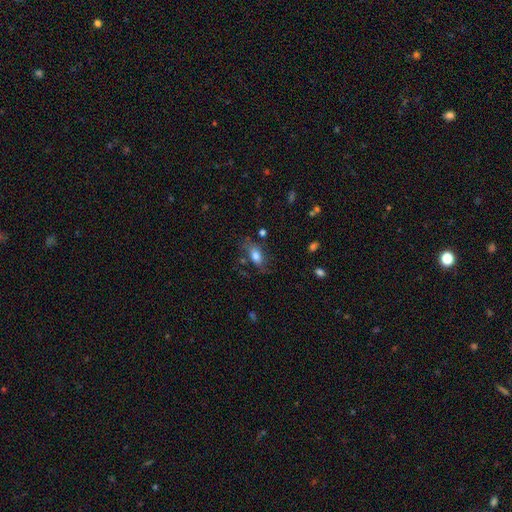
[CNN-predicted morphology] Overall: smooth (74%). How rounded: in between (85%). Merging: none (60%; minor disturbance 24%).